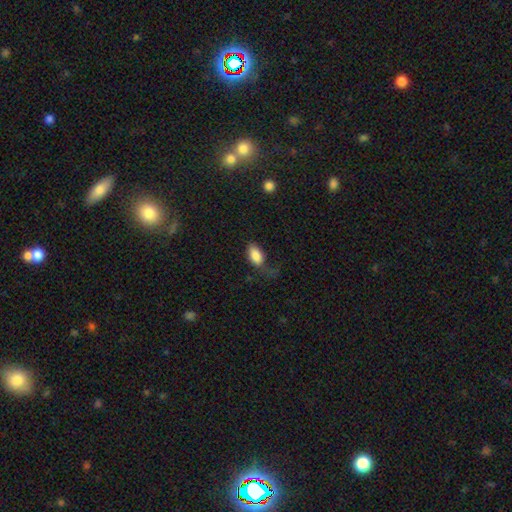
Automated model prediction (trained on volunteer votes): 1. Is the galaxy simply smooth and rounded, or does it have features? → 85% smooth, 8% featured or disk, 7% star or artifact.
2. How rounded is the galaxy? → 93% in between, 4% round, 3% cigar-shaped.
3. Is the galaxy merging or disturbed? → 41% none, 30% major disturbance, 26% minor disturbance, 4% merger.